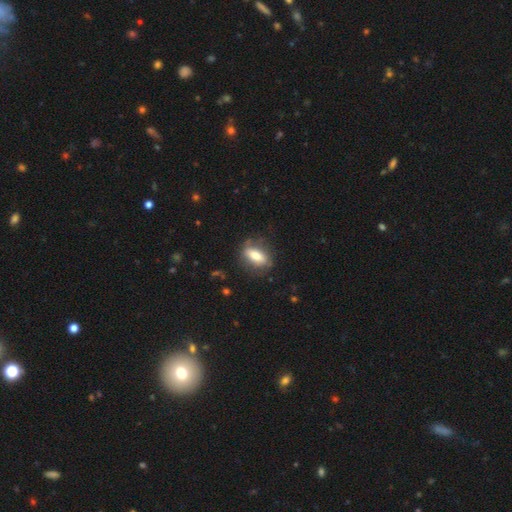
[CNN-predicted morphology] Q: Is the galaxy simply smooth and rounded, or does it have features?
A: smooth — 69%.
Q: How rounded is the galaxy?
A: in between — 73%.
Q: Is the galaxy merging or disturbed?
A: none — 73%.